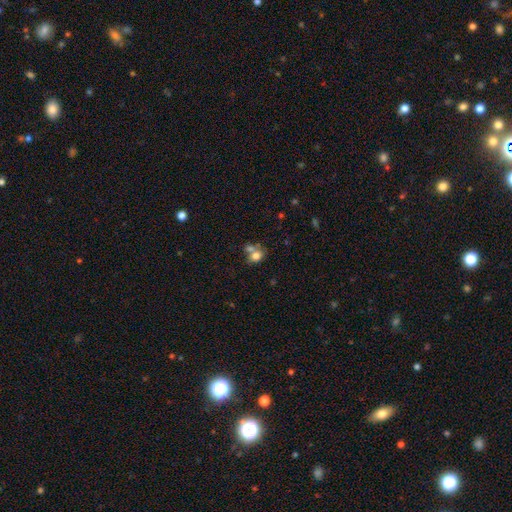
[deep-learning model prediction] Morphology: type=smooth (74%); roundness=round (53%); merging=merger (46%).